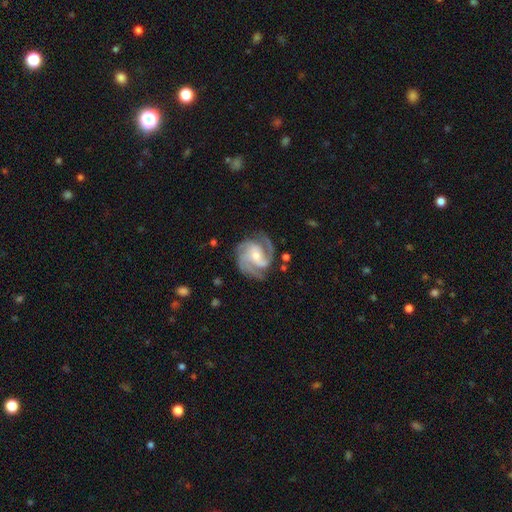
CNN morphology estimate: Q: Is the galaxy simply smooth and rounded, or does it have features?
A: featured or disk — 92%.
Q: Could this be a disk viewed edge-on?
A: no — 98%.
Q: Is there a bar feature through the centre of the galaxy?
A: no — 47%.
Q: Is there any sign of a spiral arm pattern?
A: yes — 98%.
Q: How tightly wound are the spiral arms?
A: medium — 46%, tied with tight.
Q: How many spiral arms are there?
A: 3 — 59%.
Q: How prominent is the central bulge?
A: small — 48%.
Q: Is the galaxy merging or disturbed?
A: none — 77%.